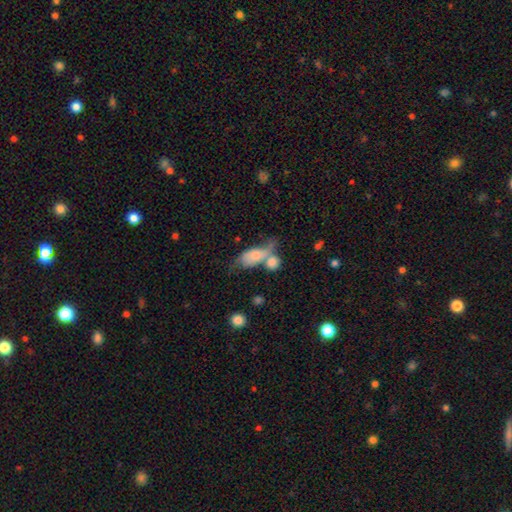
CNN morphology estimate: Smooth or featured: smooth — 66% (featured or disk — 26%)
How rounded: in between — 83% (cigar-shaped — 10%)
Merging: merger — 46% (none — 23%)